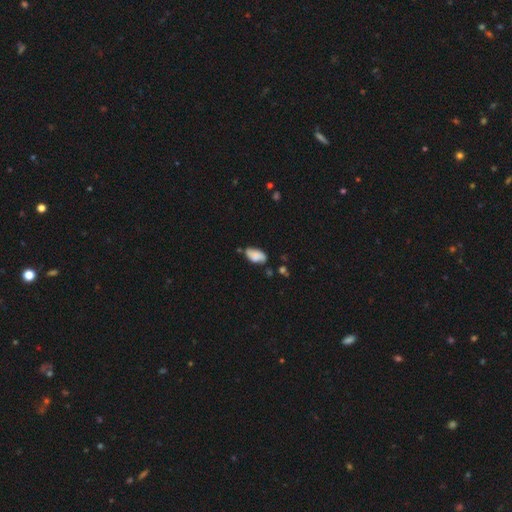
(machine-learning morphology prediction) This appears to be a smooth galaxy with no disk features (74%) that is in between round and cigar-shaped (92%). Merging: none (64%).